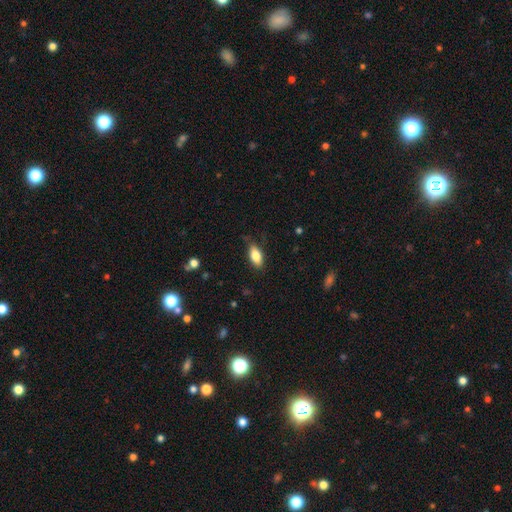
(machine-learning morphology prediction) This is clearly a smooth galaxy (81%). How rounded: clearly in between (87%). Merging: likely none (75%).